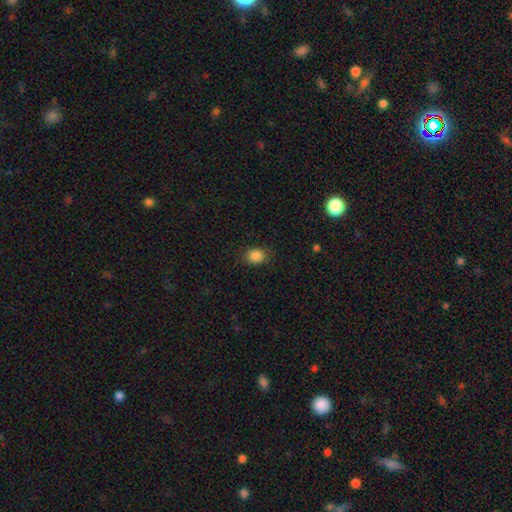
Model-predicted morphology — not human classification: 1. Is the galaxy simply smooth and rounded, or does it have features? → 86% smooth, 10% star or artifact, 4% featured or disk.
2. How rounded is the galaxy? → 50% in between, 49% round, 1% cigar-shaped.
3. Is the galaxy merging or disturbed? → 84% none, 12% minor disturbance, 3% major disturbance, 1% merger.